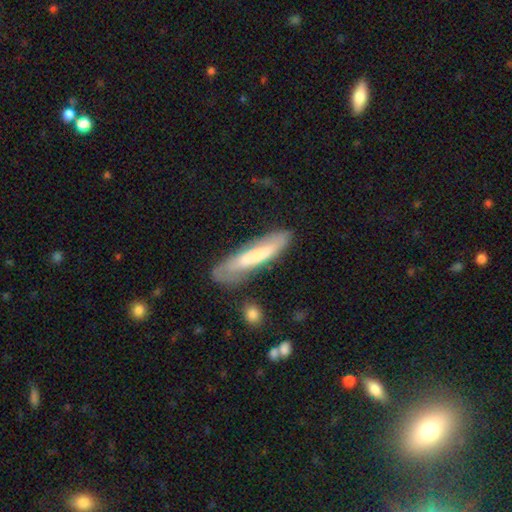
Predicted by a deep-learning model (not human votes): This is possibly a smooth galaxy (56%). How rounded: clearly cigar-shaped (81%). Merging: likely none (64%).